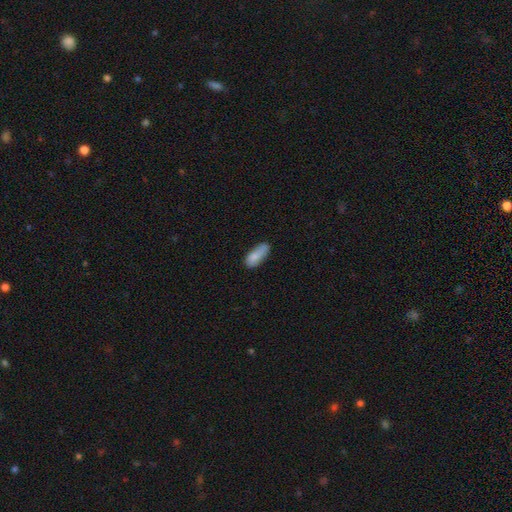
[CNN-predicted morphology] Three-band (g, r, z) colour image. It shows a smooth galaxy with no disk features (84%) that is in between round and cigar-shaped (79%). Merging: none (59%).